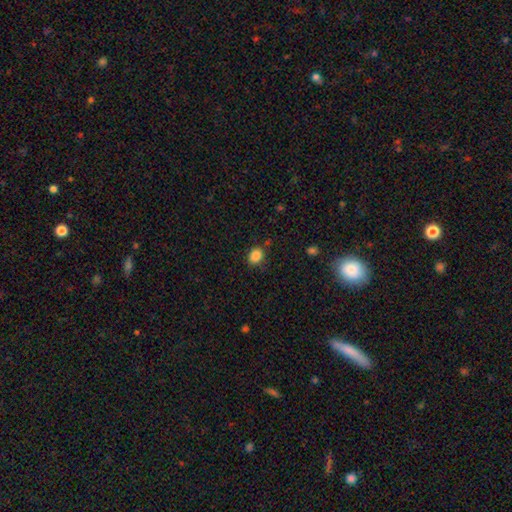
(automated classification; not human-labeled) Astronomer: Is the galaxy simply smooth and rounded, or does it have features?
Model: smooth — 86%.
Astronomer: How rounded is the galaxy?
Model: round — 54% (runner-up: in between, 45%).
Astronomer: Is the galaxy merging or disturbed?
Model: none — 80%.